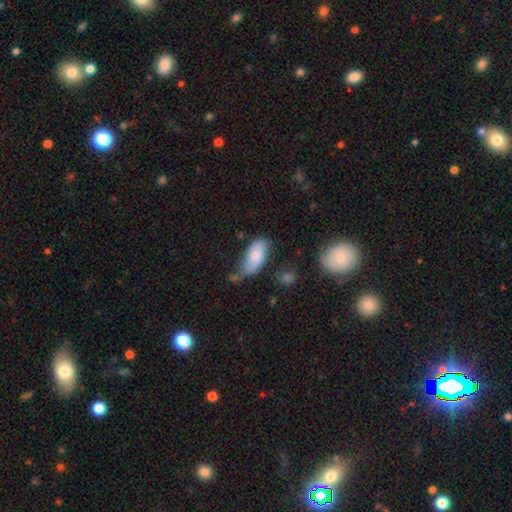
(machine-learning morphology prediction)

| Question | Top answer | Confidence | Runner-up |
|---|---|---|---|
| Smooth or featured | smooth | 77% | featured or disk (16%) |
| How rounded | in between | 91% | cigar-shaped (7%) |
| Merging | none | 40% | minor disturbance (35%) |